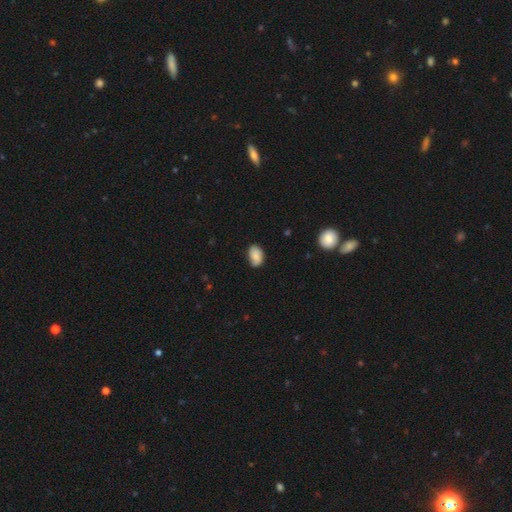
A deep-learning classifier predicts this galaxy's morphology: Smooth or featured? Predicted: smooth (p=0.75). How rounded? Predicted: in between (p=0.87). Merging? Predicted: none (p=0.68).